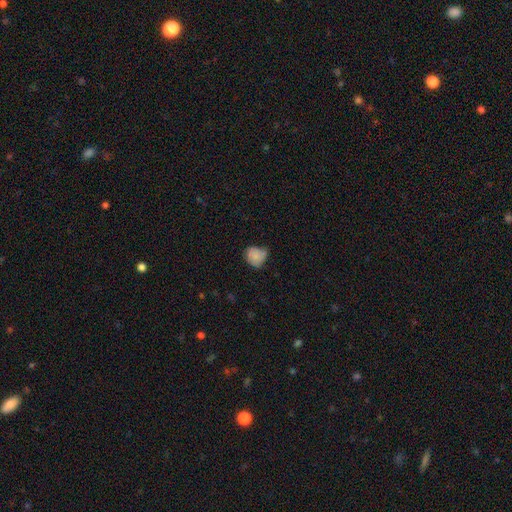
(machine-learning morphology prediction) smooth_or_featured: smooth (p=0.72) [alt: featured or disk p=0.19]
how_rounded: round (p=0.69) [alt: in between p=0.30]
merging: minor disturbance (p=0.44) [alt: none p=0.41]